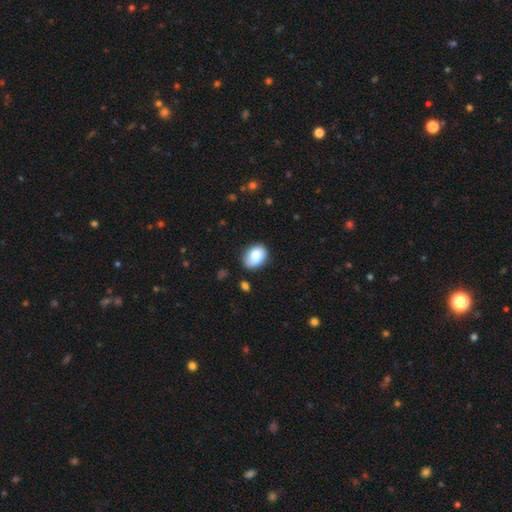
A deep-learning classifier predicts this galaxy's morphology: Smooth or featured? Predicted: smooth (p=0.85). How rounded? Predicted: in between (p=0.76). Merging? Predicted: none (p=0.72).